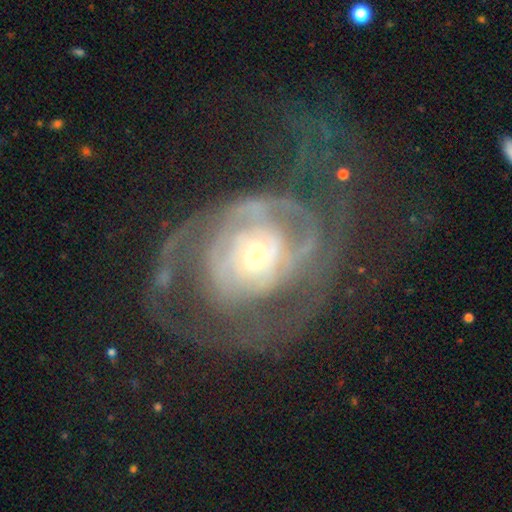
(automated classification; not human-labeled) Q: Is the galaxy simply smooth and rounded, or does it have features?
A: featured or disk — 80%.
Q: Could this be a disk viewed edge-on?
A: no — 96%.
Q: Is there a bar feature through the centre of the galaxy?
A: no — 75%.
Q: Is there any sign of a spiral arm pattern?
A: yes — 76%.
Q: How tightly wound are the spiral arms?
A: tight — 53%.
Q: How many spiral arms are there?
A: can't tell — 41%.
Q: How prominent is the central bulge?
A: small — 46%.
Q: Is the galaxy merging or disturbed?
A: major disturbance — 45%.